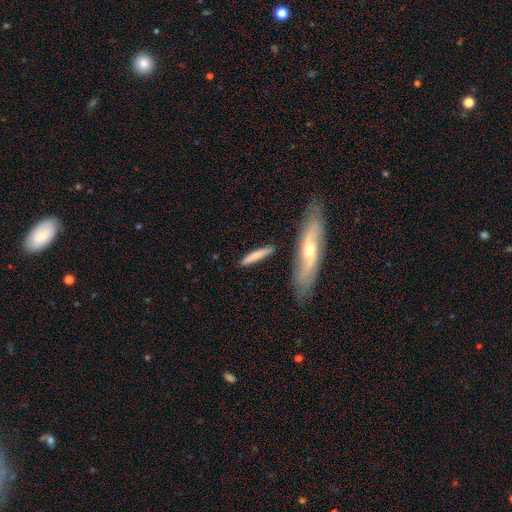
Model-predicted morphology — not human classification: Smooth or featured?
  - smooth: 71% *
  - featured or disk: 24%
  - star or artifact: 5%
How rounded?
  - cigar-shaped: 88% *
  - in between: 10%
  - round: 2%
Merging?
  - none: 79% *
  - minor disturbance: 12%
  - merger: 6%
  - major disturbance: 3%